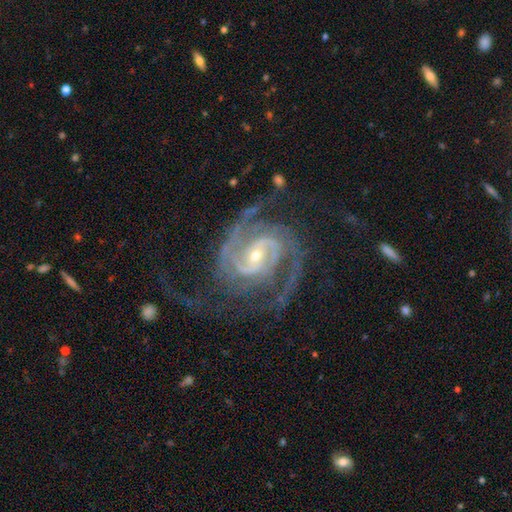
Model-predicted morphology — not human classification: Overall: featured or disk (93%). Edge-on disk: no (98%). Bar: weak (41%; no 32%). Spiral arms: yes (99%). Spiral arm count: 2 (68%). Spiral winding: medium (48%; tight 43%). Bulge size: small (62%; moderate 34%). Merging: none (65%).